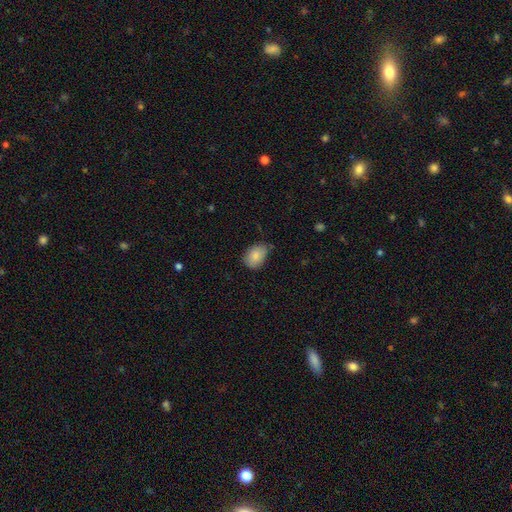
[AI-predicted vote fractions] This is clearly a smooth galaxy (85%). How rounded: likely in between (78%). Merging: likely none (61%).